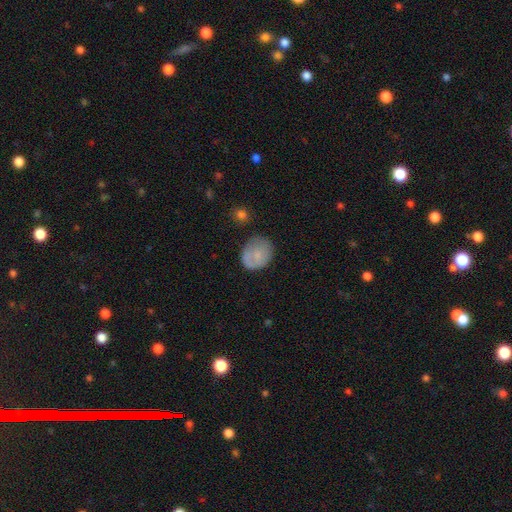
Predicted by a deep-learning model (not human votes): smooth_or_featured: smooth (p=0.74) [alt: featured or disk p=0.19]
how_rounded: round (p=0.60) [alt: in between p=0.39]
merging: none (p=0.64) [alt: minor disturbance p=0.25]